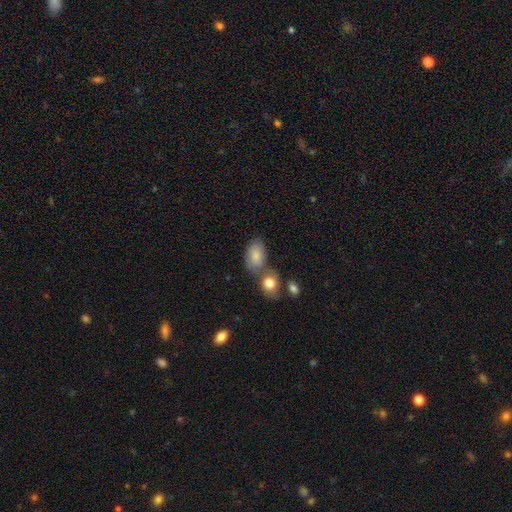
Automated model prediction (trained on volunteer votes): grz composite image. It shows a smooth galaxy with no disk features (81%) that is in between round and cigar-shaped (88%). Merging: none (43%).